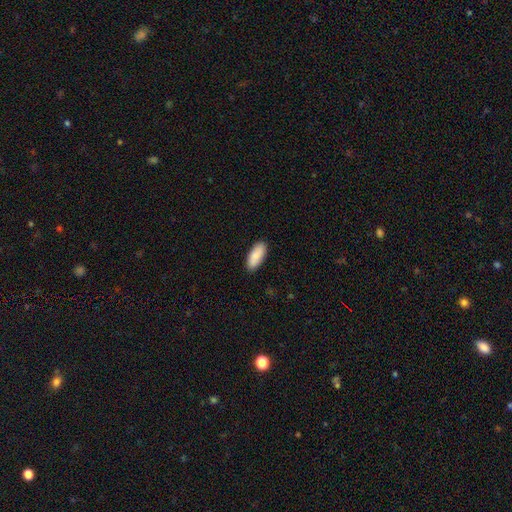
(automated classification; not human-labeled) A smooth galaxy with no disk features (87%) that is in between round and cigar-shaped (83%). Merging: none (89%).